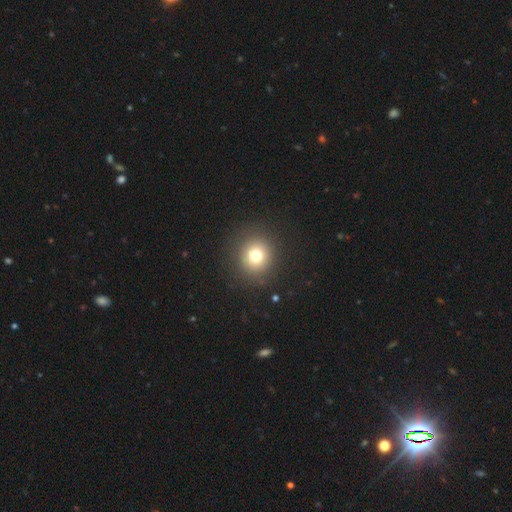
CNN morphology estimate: smooth_or_featured: smooth (p=0.76) [alt: star or artifact p=0.14]
how_rounded: round (p=0.90) [alt: in between p=0.09]
merging: none (p=0.90) [alt: minor disturbance p=0.06]